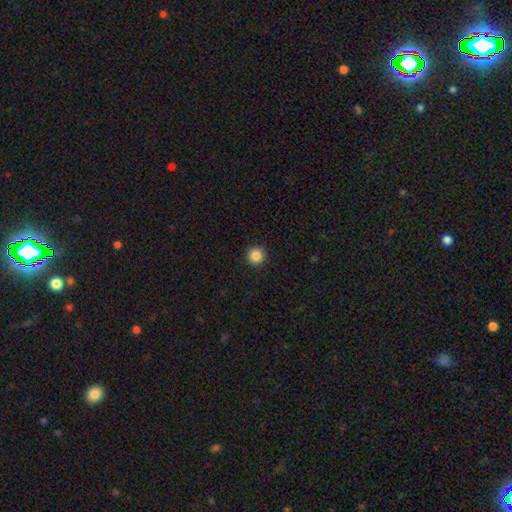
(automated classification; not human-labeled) smooth_or_featured: smooth (p=0.86) [alt: star or artifact p=0.10]
how_rounded: round (p=0.96) [alt: in between p=0.03]
merging: none (p=0.93) [alt: minor disturbance p=0.04]